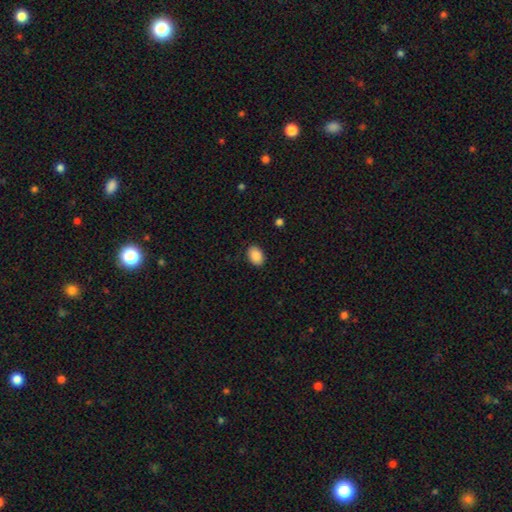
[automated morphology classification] Overall: smooth (89%). How rounded: in between (83%). Merging: none (87%).